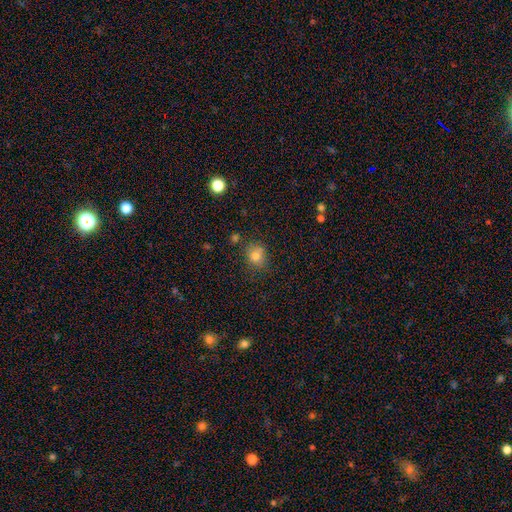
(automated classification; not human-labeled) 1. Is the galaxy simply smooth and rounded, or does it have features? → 78% smooth, 14% star or artifact, 9% featured or disk.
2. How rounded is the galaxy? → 68% round, 32% in between, 1% cigar-shaped.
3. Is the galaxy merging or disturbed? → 70% none, 18% minor disturbance, 7% merger, 5% major disturbance.